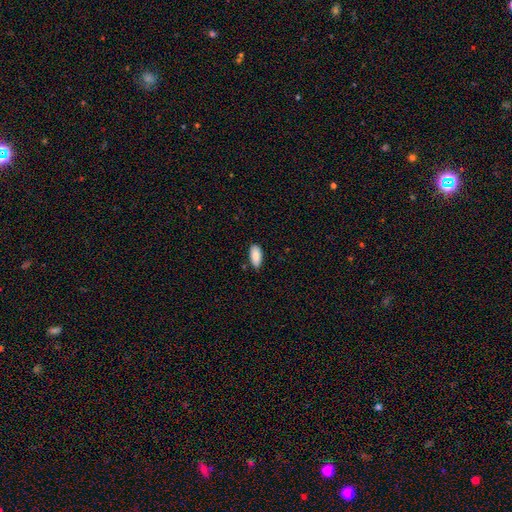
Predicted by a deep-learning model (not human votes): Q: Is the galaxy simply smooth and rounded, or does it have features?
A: smooth — 85%.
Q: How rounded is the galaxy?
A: in between — 92%.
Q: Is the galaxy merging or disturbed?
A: none — 83%.